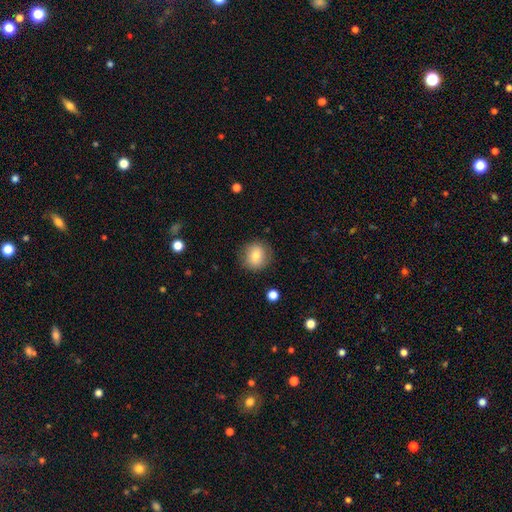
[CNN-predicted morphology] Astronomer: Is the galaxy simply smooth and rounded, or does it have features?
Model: smooth — 77%.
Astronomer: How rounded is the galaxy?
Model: round — 85%.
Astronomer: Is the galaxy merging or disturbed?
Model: none — 84%.